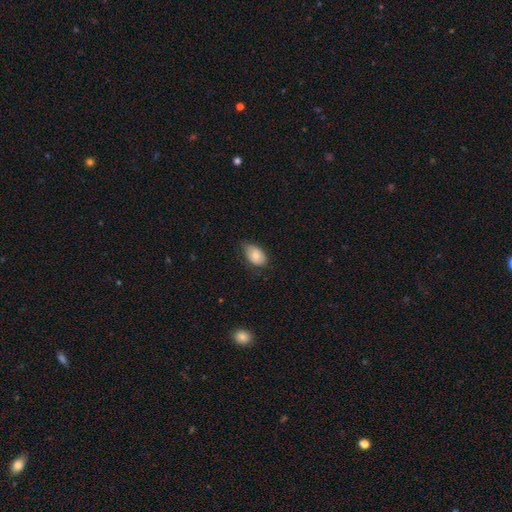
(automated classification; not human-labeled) Smooth or featured? smooth (77%)
How rounded? in between (88%)
Merging? none (59%)